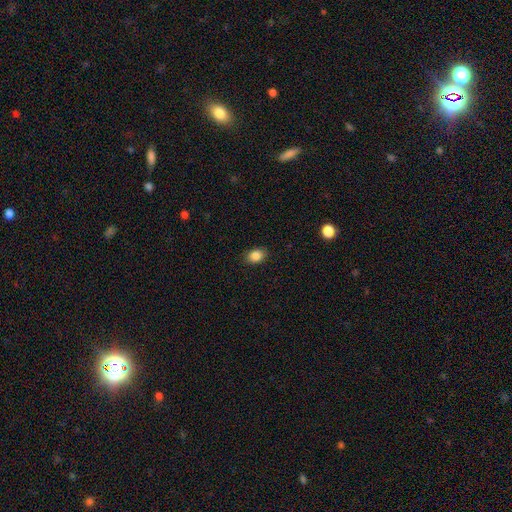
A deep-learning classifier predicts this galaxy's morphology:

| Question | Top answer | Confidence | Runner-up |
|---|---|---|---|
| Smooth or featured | smooth | 86% | star or artifact (9%) |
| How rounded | in between | 72% | round (27%) |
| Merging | none | 87% | minor disturbance (9%) |